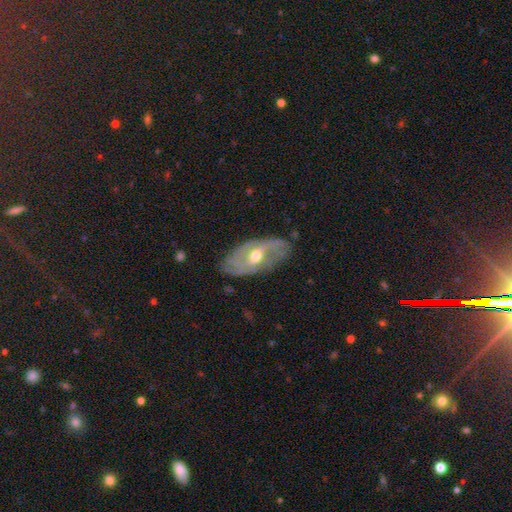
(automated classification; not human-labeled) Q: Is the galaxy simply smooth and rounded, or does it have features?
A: featured or disk — 76%.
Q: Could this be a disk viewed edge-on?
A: no — 91%.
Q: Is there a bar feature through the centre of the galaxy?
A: weak — 44%.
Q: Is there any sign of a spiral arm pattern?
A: yes — 83%.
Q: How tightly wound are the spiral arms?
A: medium — 39%.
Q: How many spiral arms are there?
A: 2 — 47%.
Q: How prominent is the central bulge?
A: moderate — 72%.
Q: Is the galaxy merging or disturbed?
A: none — 73%.